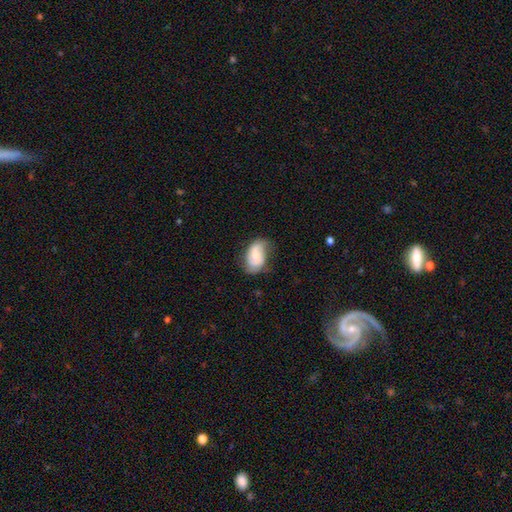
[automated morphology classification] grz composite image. It shows a smooth galaxy with no disk features (54%) that is in between round and cigar-shaped (89%). Merging: none (61%).